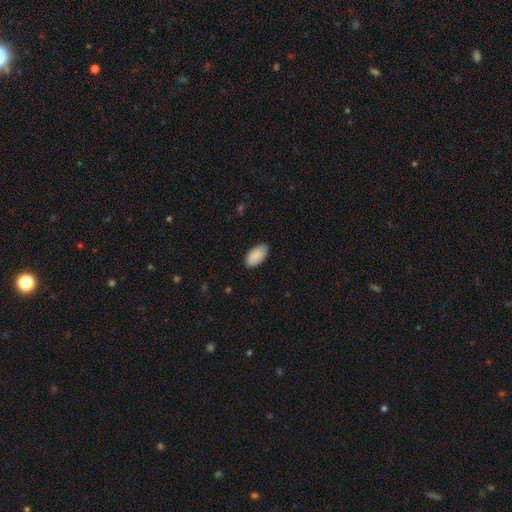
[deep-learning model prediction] smooth 90%, star or artifact 6%, featured or disk 4%. Down the decision tree: how rounded — in between (96%); merging — none (86%).